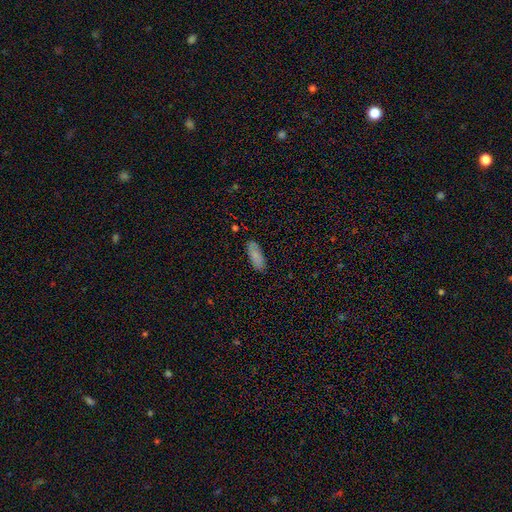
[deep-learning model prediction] smooth_or_featured: smooth (p=0.85) [alt: featured or disk p=0.08]
how_rounded: in between (p=0.76) [alt: cigar-shaped p=0.22]
merging: none (p=0.86) [alt: minor disturbance p=0.11]